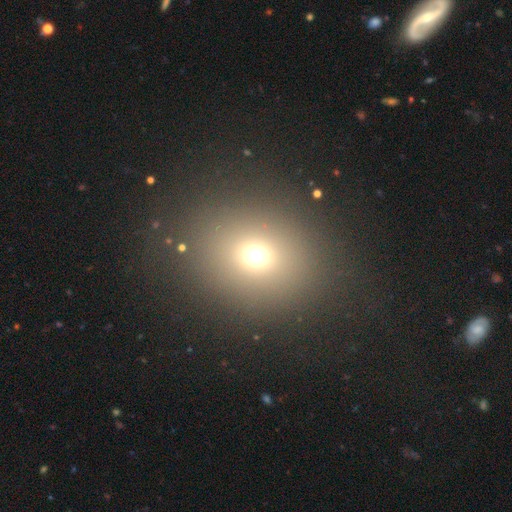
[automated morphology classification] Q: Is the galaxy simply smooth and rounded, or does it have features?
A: smooth — 68%.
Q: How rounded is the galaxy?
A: round — 66%.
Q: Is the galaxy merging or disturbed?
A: none — 86%.